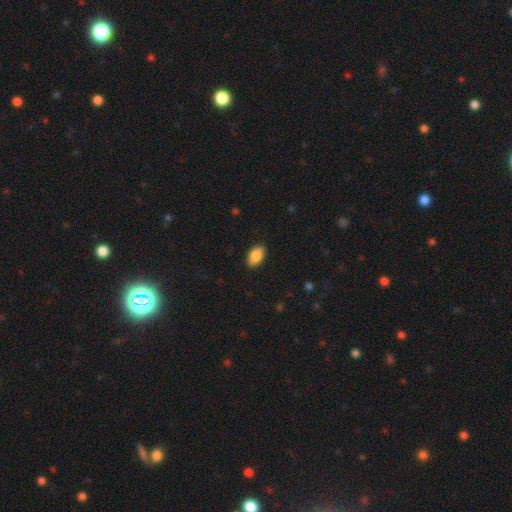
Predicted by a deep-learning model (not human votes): Smooth or featured? Predicted: smooth (p=0.87). How rounded? Predicted: in between (p=0.93). Merging? Predicted: none (p=0.89).